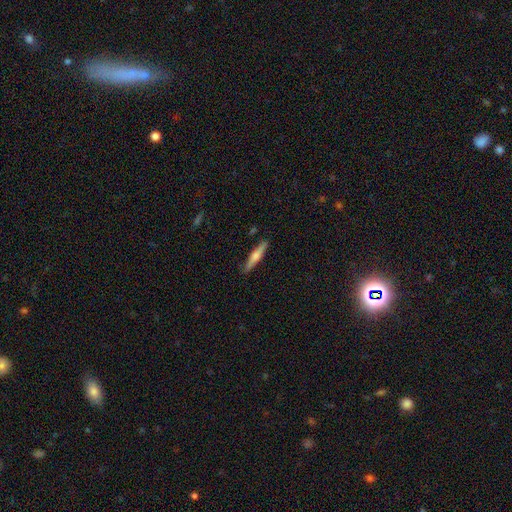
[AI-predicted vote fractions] Smooth or featured? Predicted: featured or disk (p=0.54). Edge-on disk? Predicted: yes (p=0.97). Edge-on bulge? Predicted: rounded (p=0.84). Merging? Predicted: none (p=0.90).